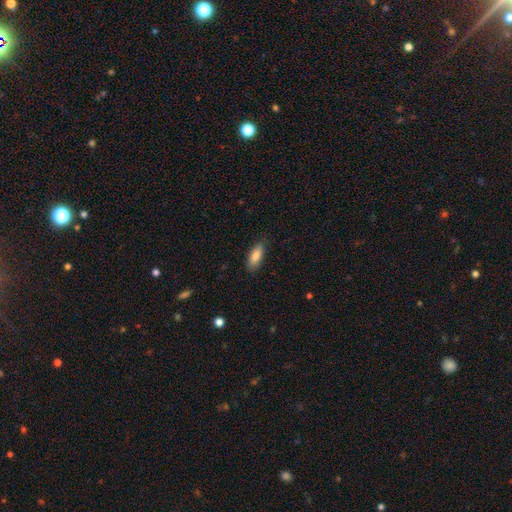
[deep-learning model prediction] A smooth galaxy with no disk features (86%) that is in between round and cigar-shaped (74%).

Vote fractions:
- Smooth or featured? smooth: 86% / featured or disk: 8% / star or artifact: 6%
- How rounded? in between: 74% / cigar-shaped: 24% / round: 2%
- Merging? none: 82% / minor disturbance: 14% / major disturbance: 3% / merger: 1%